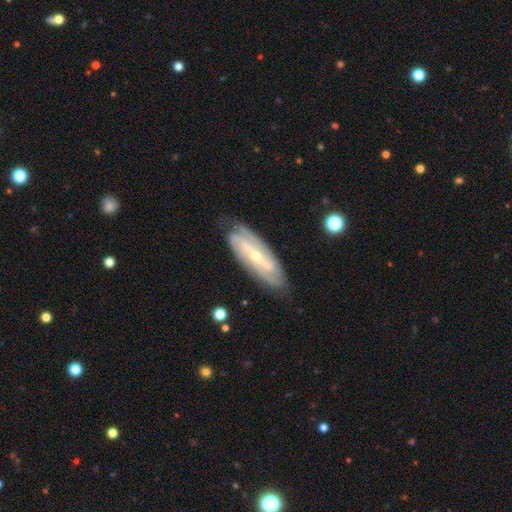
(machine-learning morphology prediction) This appears to be a featured or disk galaxy (84%) with a strong bar (48%), 2 (53%) tight (56%) spiral arms (94%) and a small central bulge (67%). Merging: none (79%).